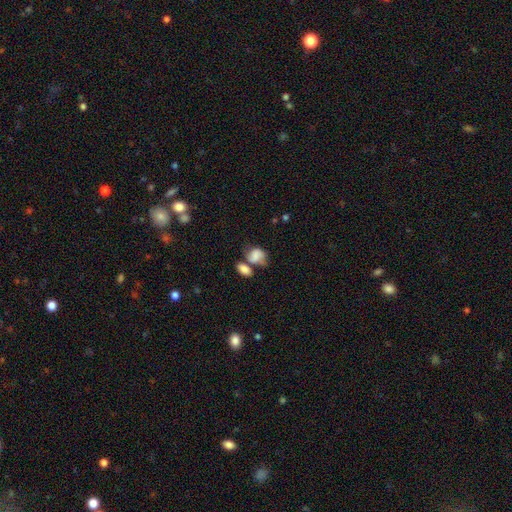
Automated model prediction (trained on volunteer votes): A smooth galaxy with no disk features (76%) that is in between round and cigar-shaped (66%).

Vote fractions:
- Smooth or featured? smooth: 76% / featured or disk: 15% / star or artifact: 9%
- How rounded? in between: 66% / round: 32% / cigar-shaped: 1%
- Merging? merger: 43% / none: 28% / minor disturbance: 18% / major disturbance: 11%